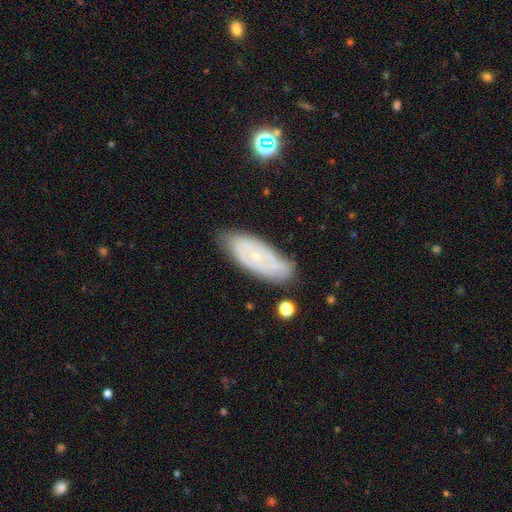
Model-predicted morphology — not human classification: Smooth or featured?
  - featured or disk: 57% *
  - smooth: 35%
  - star or artifact: 8%
Edge-on disk?
  - no: 87% *
  - yes: 13%
Bar?
  - no: 74% *
  - weak: 21%
  - strong: 5%
Spiral arms?
  - yes: 71% *
  - no: 29%
Bulge size?
  - small: 78% *
  - moderate: 13%
  - none: 7%
  - large: 1%
  - dominant: 1%
Merging?
  - none: 73% *
  - minor disturbance: 20%
  - major disturbance: 5%
  - merger: 2%